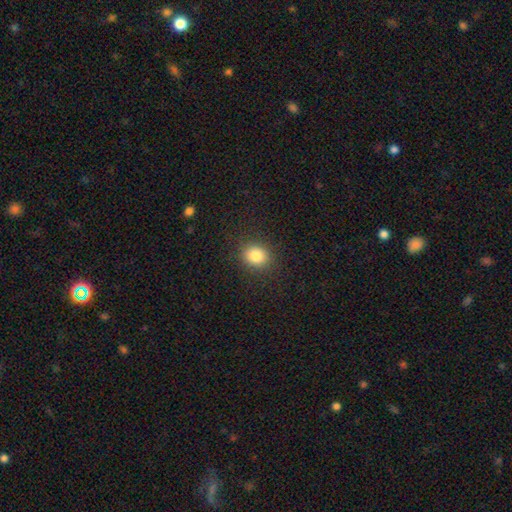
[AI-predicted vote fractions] Overall: smooth (83%). How rounded: round (72%). Merging: none (88%).